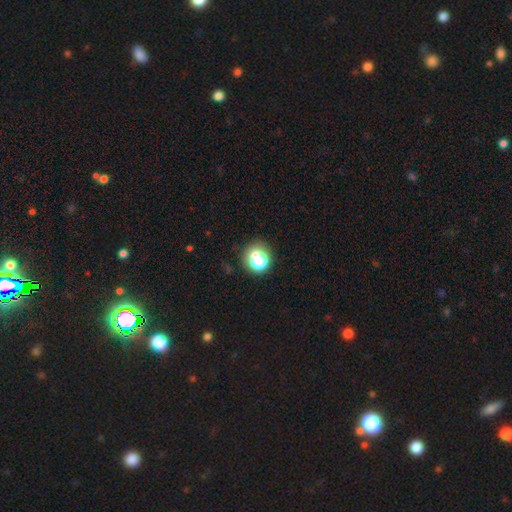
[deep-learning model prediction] smooth_or_featured: smooth (p=0.67) [alt: featured or disk p=0.18]
how_rounded: round (p=0.79) [alt: in between p=0.20]
merging: none (p=0.56) [alt: merger p=0.24]